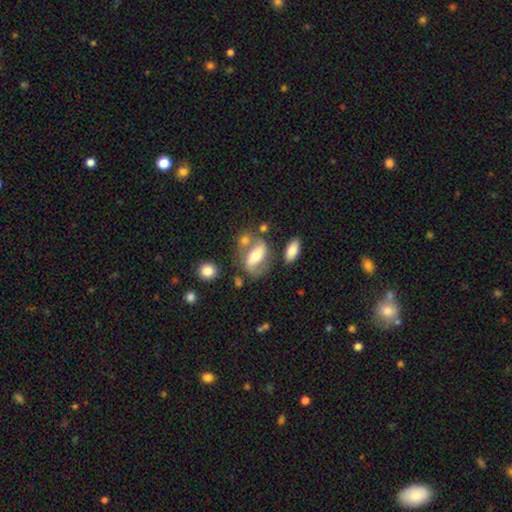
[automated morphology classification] smooth_or_featured: featured or disk (p=0.54) [alt: smooth p=0.39]
disk_edge_on: no (p=0.87) [alt: yes p=0.13]
merging: none (p=0.54) [alt: minor disturbance p=0.20]